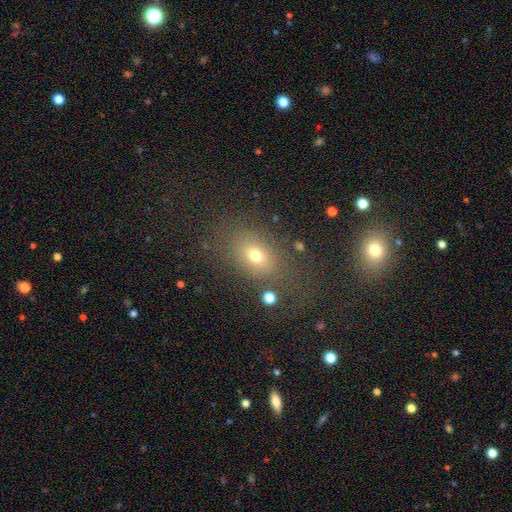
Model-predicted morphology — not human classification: Smooth or featured: smooth — 69% (star or artifact — 17%)
How rounded: in between — 67% (round — 31%)
Merging: none — 74% (minor disturbance — 13%)